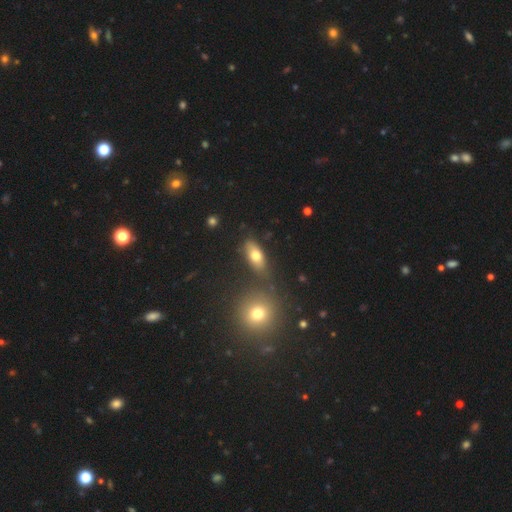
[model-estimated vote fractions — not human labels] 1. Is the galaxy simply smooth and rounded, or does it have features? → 71% smooth, 19% featured or disk, 10% star or artifact.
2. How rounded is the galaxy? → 81% in between, 11% cigar-shaped, 8% round.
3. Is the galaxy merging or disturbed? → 72% none, 14% minor disturbance, 9% merger, 5% major disturbance.